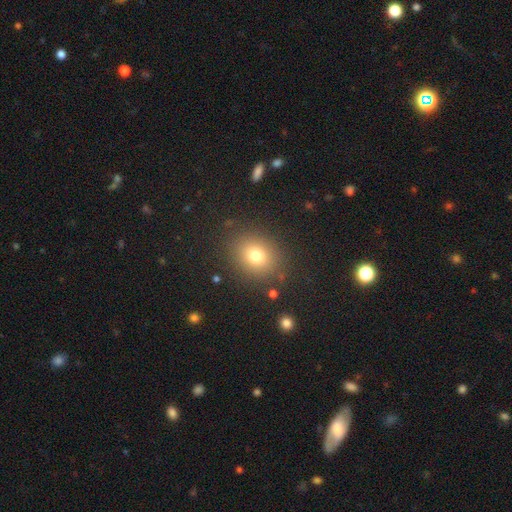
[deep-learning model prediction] Morphology: type=smooth (76%); roundness=round (65%); merging=none (86%).